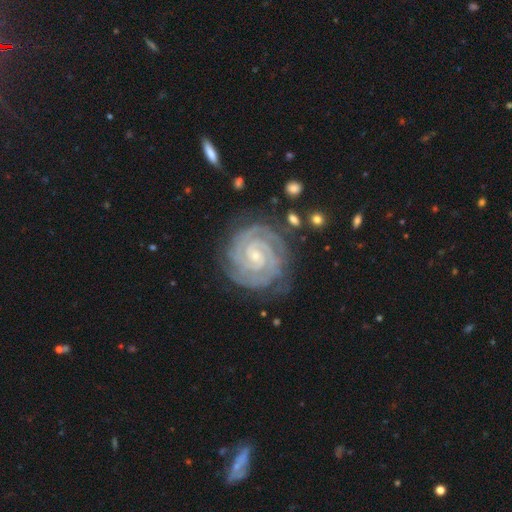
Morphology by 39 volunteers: smooth_or_featured: featured or disk (p=0.95) [alt: smooth p=0.03]
disk_edge_on: no (p=0.97) [alt: yes p=0.03]
bar: no (p=0.56) [alt: weak p=0.31]
has_spiral_arms: yes (p=1.00)
spiral_winding: tight (p=0.92) [alt: medium p=0.08]
spiral_arm_count: 2 (p=0.81) [alt: 3 p=0.14]
bulge_size: small (p=0.78) [alt: moderate p=0.22]
merging: none (p=0.68) [alt: minor disturbance p=0.21]